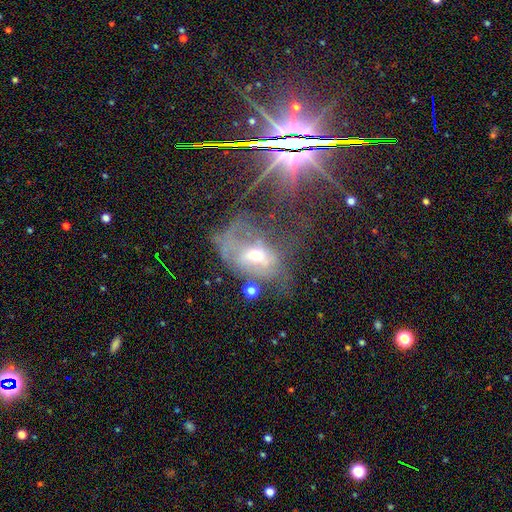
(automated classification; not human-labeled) Overall: featured or disk (54%; smooth 28%). Edge-on disk: no (93%). Bar: no (63%; weak 26%). Spiral arms: no (68%; yes 32%). Bulge size: moderate (54%; small 37%). Merging: major disturbance (51%; none 21%).